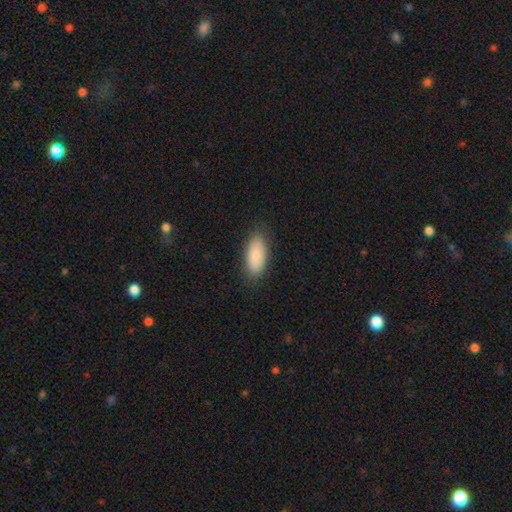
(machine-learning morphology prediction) smooth-or-featured: smooth: 85% | featured or disk: 9% | star or artifact: 6%
  how-rounded: in between: 89% | cigar-shaped: 8% | round: 2%
  merging: none: 85% | minor disturbance: 11% | major disturbance: 3% | merger: 1%